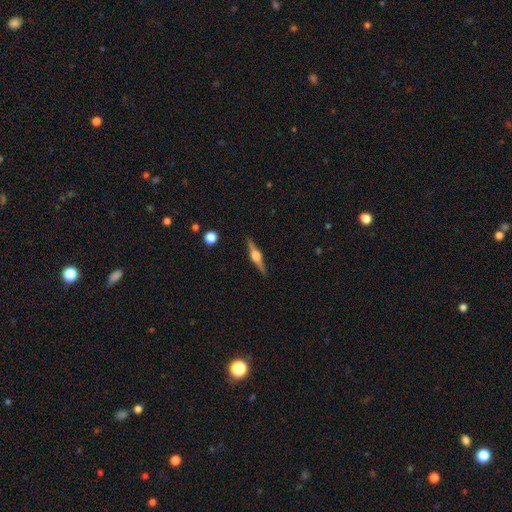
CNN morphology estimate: smooth-or-featured: featured or disk: 81% | smooth: 13% | star or artifact: 6%
  disk-edge-on: yes: 98% | no: 2%
    edge-on-bulge: rounded: 92% | boxy: 7% | none: 2%
  merging: none: 90% | minor disturbance: 7% | major disturbance: 2% | merger: 1%